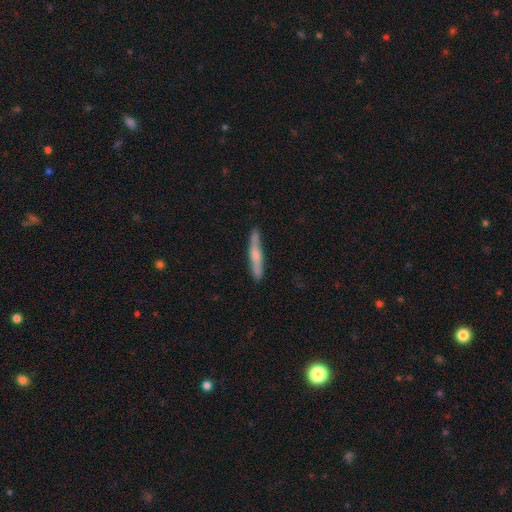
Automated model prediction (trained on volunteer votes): Smooth or featured? Predicted: smooth (p=0.51). How rounded? Predicted: cigar-shaped (p=0.93). Merging? Predicted: none (p=0.84).